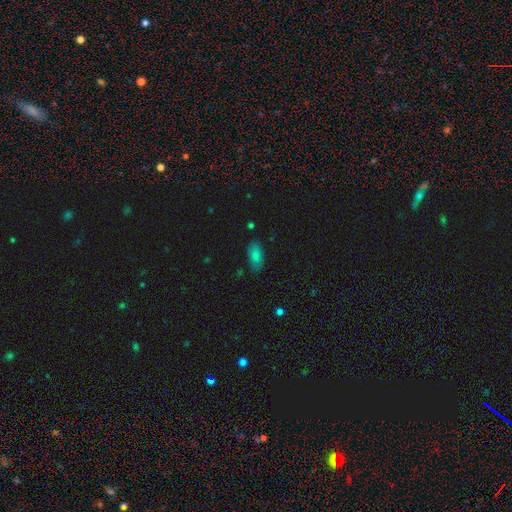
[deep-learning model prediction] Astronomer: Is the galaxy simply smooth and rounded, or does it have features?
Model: smooth — 80%.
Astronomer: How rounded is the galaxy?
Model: in between — 90%.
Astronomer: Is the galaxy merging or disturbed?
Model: none — 83%.